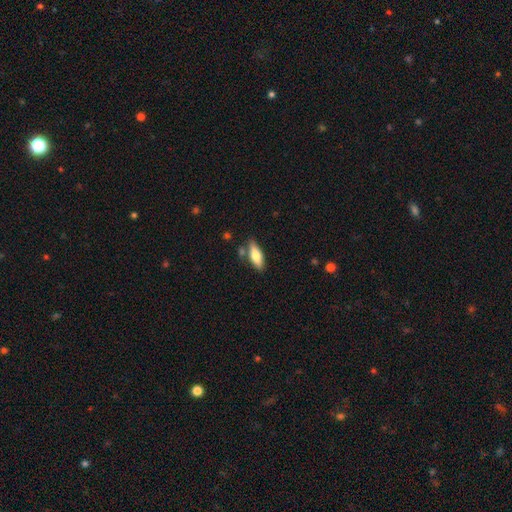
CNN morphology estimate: type=smooth (70%); roundness=in between (65%); merging=none (75%).